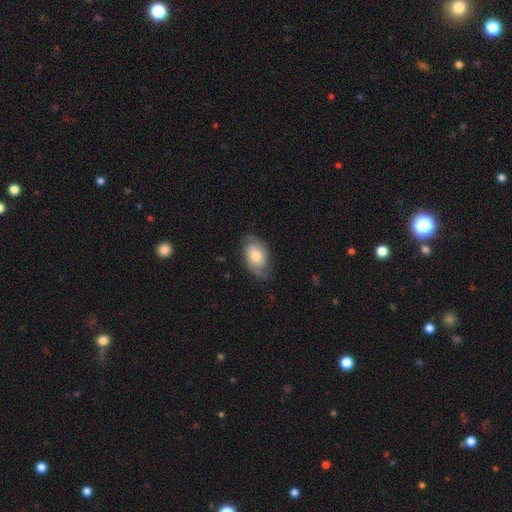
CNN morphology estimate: Smooth or featured?
  - featured or disk: 55% *
  - smooth: 39%
  - star or artifact: 7%
Edge-on disk?
  - no: 94% *
  - yes: 6%
Bar?
  - no: 72% *
  - weak: 24%
  - strong: 4%
Spiral arms?
  - yes: 85% *
  - no: 15%
Bulge size?
  - moderate: 63% *
  - small: 17%
  - large: 16%
  - none: 2%
  - dominant: 2%
Merging?
  - none: 70% *
  - minor disturbance: 22%
  - major disturbance: 7%
  - merger: 1%